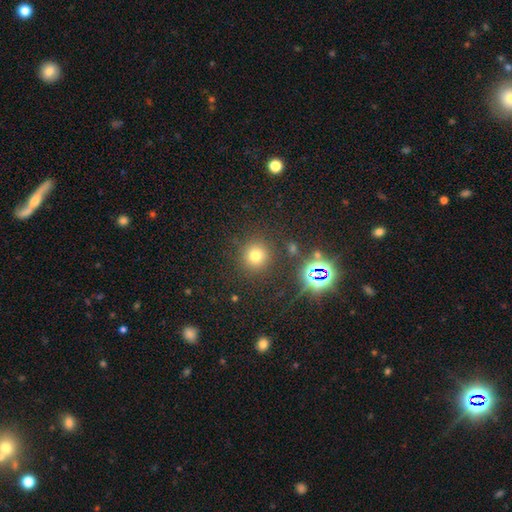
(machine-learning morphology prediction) type=smooth (70%); roundness=round (91%); merging=none (85%).